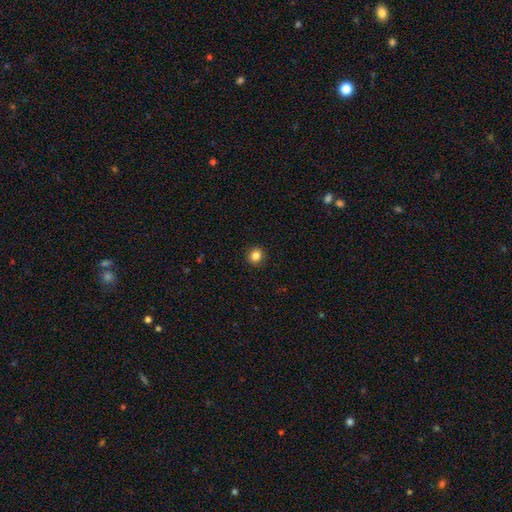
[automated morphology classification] smooth-or-featured: smooth: 85% | star or artifact: 11% | featured or disk: 4%
  how-rounded: round: 87% | in between: 12% | cigar-shaped: 1%
  merging: none: 92% | minor disturbance: 5% | major disturbance: 2% | merger: 1%